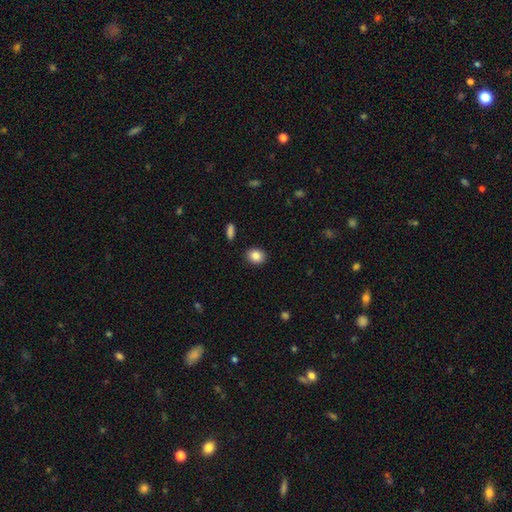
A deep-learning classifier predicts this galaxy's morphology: The model was most divided on "how rounded": round: 52%, in between: 47%, cigar-shaped: 1%. More confident: merging — none (89%); smooth or featured — smooth (86%).